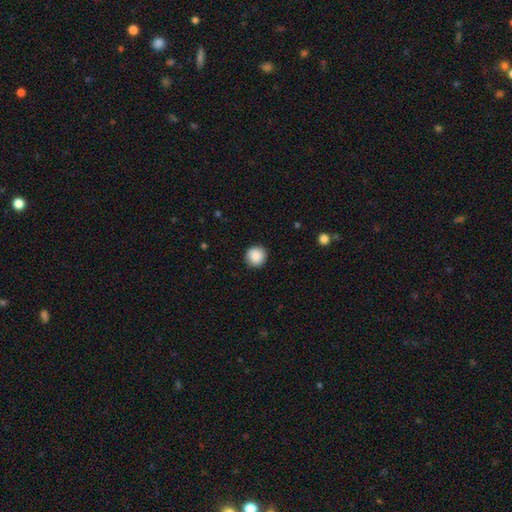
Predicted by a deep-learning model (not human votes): Morphology: type=smooth (89%); roundness=round (94%); merging=none (91%).